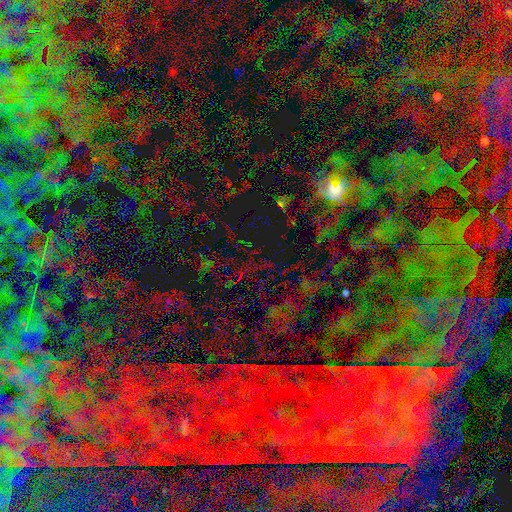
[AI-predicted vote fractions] smooth_or_featured: star or artifact (p=0.70) [alt: smooth p=0.20]